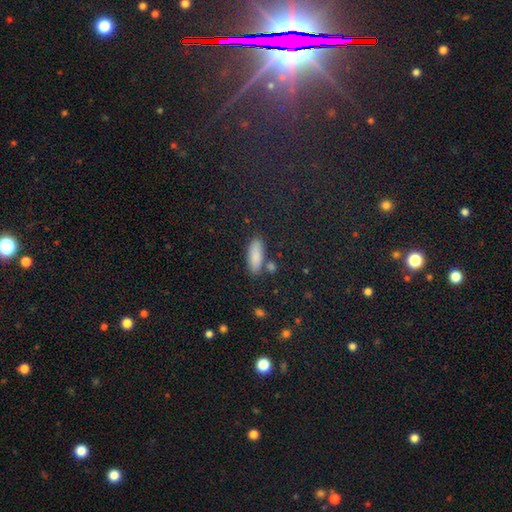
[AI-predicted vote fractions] This is clearly a smooth galaxy (84%). How rounded: likely in between (66%). Merging: likely none (77%).